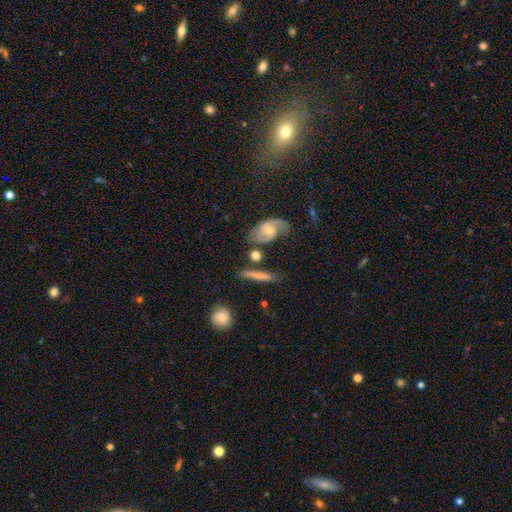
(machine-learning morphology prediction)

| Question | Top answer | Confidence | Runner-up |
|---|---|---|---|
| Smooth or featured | smooth | 52% | featured or disk (40%) |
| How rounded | cigar-shaped | 48% | in between (29%) |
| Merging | none | 66% | minor disturbance (16%) |